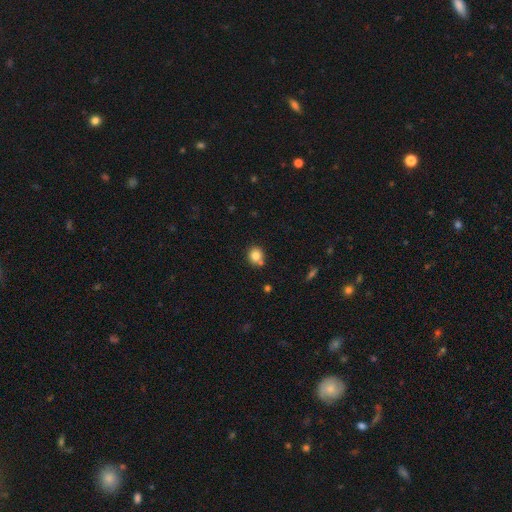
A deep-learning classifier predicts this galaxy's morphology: smooth-or-featured: smooth: 81% | star or artifact: 11% | featured or disk: 8%
  how-rounded: round: 82% | in between: 17% | cigar-shaped: 1%
  merging: none: 71% | merger: 15% | minor disturbance: 11% | major disturbance: 3%